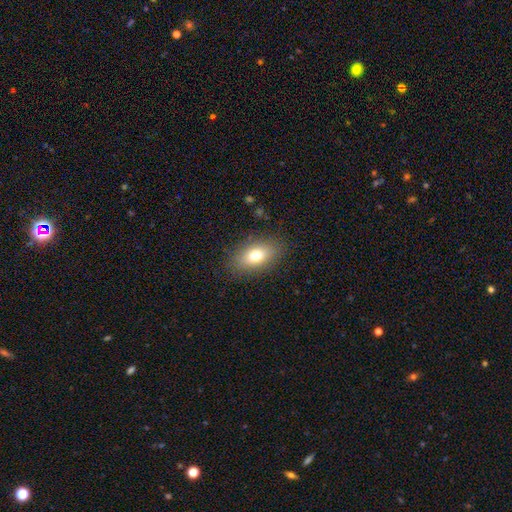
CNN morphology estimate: This appears to be a smooth galaxy with no disk features (75%) that is in between round and cigar-shaped (84%). Merging: none (85%).